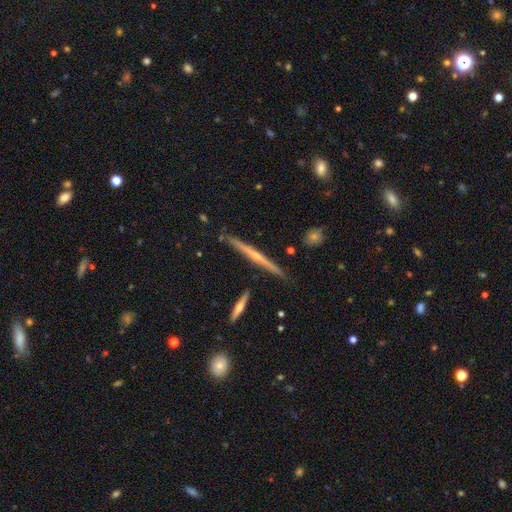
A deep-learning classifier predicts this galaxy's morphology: A featured or disk galaxy (77%) viewed edge-on (98%) with a rounded central bulge (62%).

Vote fractions:
- Smooth or featured? featured or disk: 77% / smooth: 17% / star or artifact: 6%
- Edge-on disk? yes: 98% / no: 2%
- Edge-on bulge? rounded: 62% / none: 33% / boxy: 5%
- Merging? none: 88% / minor disturbance: 9% / merger: 2% / major disturbance: 1%